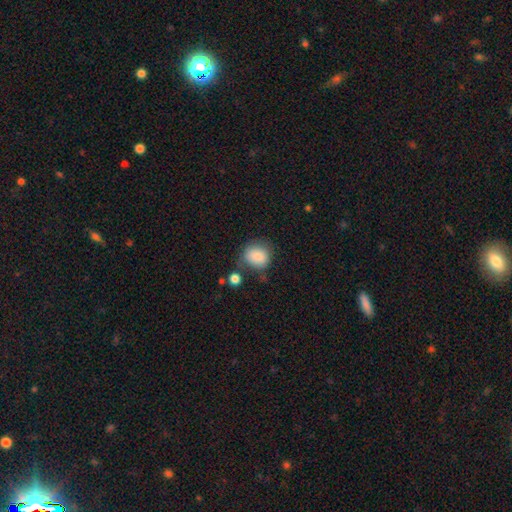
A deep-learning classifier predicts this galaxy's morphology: A smooth galaxy with no disk features (82%) that is round (71%).

Vote fractions:
- Smooth or featured? smooth: 82% / star or artifact: 9% / featured or disk: 8%
- How rounded? round: 71% / in between: 28% / cigar-shaped: 1%
- Merging? none: 67% / minor disturbance: 19% / merger: 7% / major disturbance: 6%